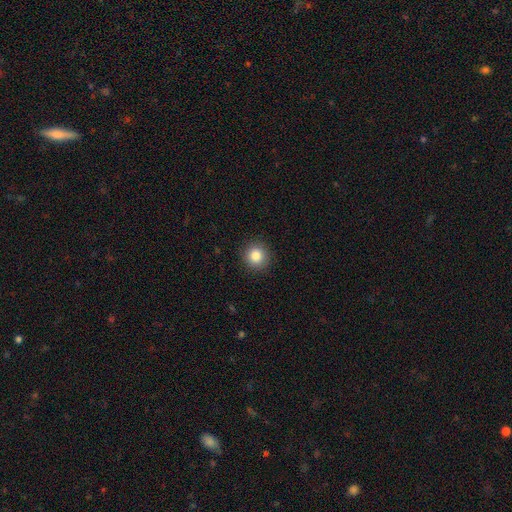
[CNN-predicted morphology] Smooth or featured?
  - smooth: 85% *
  - star or artifact: 10%
  - featured or disk: 5%
How rounded?
  - round: 92% *
  - in between: 7%
  - cigar-shaped: 1%
Merging?
  - none: 91% *
  - minor disturbance: 6%
  - major disturbance: 2%
  - merger: 1%